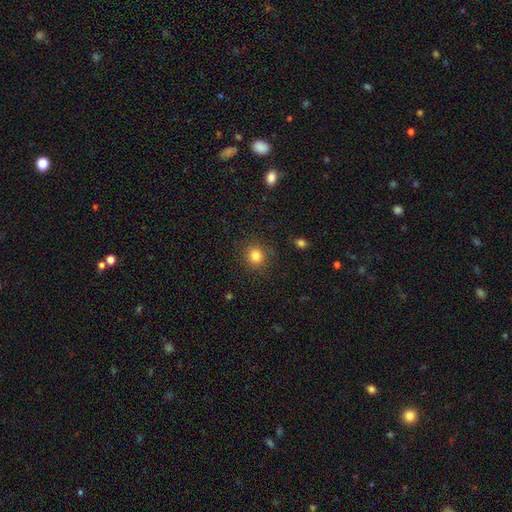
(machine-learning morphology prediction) smooth_or_featured: smooth (p=0.83) [alt: star or artifact p=0.12]
how_rounded: round (p=0.90) [alt: in between p=0.09]
merging: none (p=0.88) [alt: minor disturbance p=0.08]